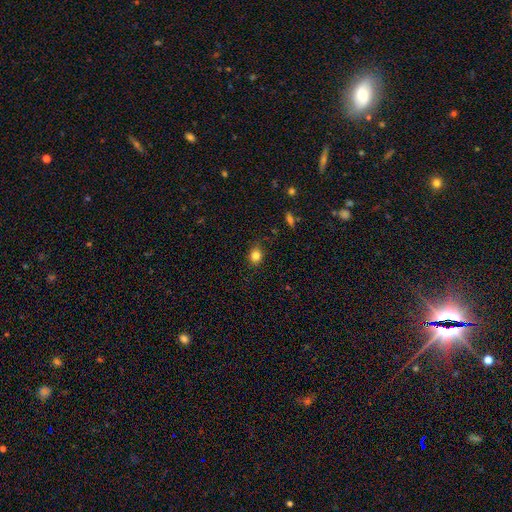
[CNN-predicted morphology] Smooth or featured? Predicted: smooth (p=0.83). How rounded? Predicted: round (p=0.64). Merging? Predicted: none (p=0.80).